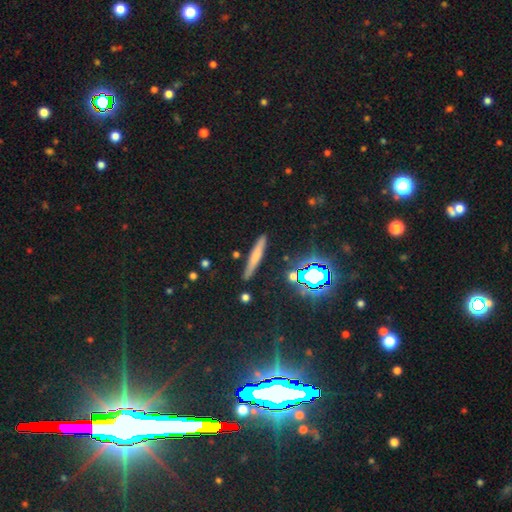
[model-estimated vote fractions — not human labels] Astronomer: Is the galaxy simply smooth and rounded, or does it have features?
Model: smooth — 60%.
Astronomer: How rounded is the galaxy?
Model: cigar-shaped — 92%.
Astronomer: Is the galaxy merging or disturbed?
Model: none — 86%.